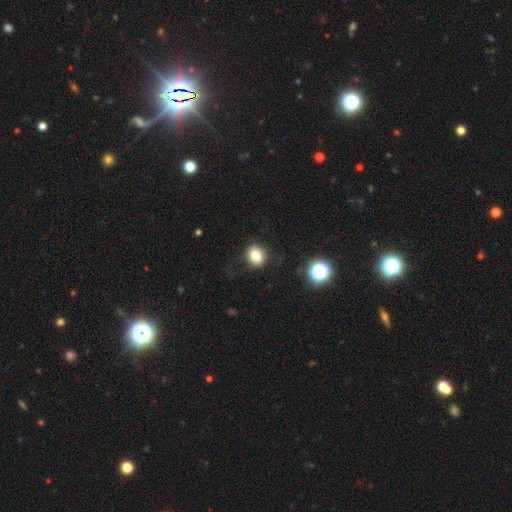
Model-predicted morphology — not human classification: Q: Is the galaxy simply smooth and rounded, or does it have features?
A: smooth — 81%.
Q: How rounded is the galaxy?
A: round — 69%.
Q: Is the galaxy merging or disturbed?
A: none — 81%.